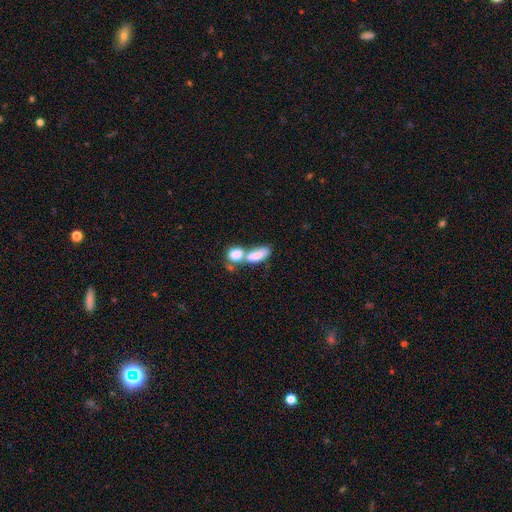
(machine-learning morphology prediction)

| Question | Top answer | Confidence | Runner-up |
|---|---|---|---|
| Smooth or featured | smooth | 76% | featured or disk (16%) |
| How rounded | in between | 76% | cigar-shaped (15%) |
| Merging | merger | 66% | none (18%) |